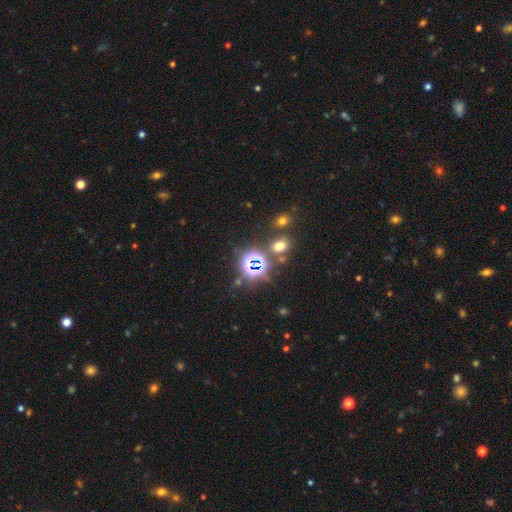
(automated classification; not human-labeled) This is likely a star or artifact rather than a galaxy (69%).